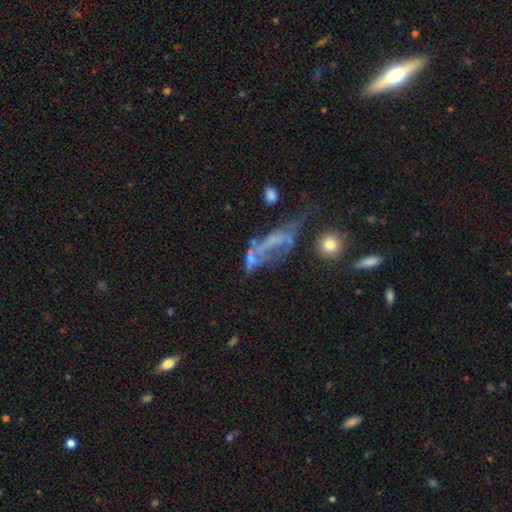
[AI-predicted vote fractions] smooth_or_featured: featured or disk (p=0.55) [alt: smooth p=0.27]
disk_edge_on: no (p=0.87) [alt: yes p=0.13]
merging: major disturbance (p=0.40) [alt: none p=0.24]